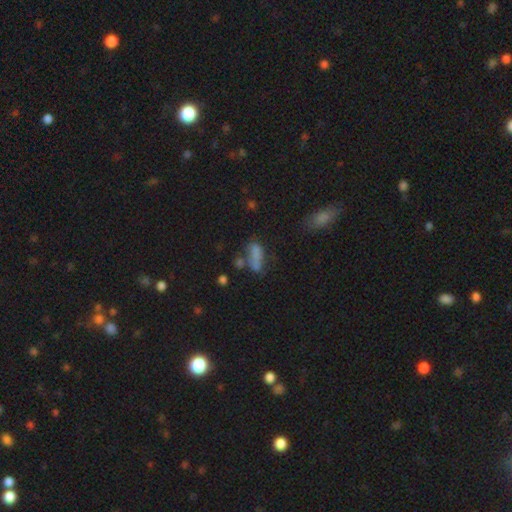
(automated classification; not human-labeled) This appears to be a smooth galaxy with no disk features (70%) that is in between round and cigar-shaped (68%). Merging: none (41%).